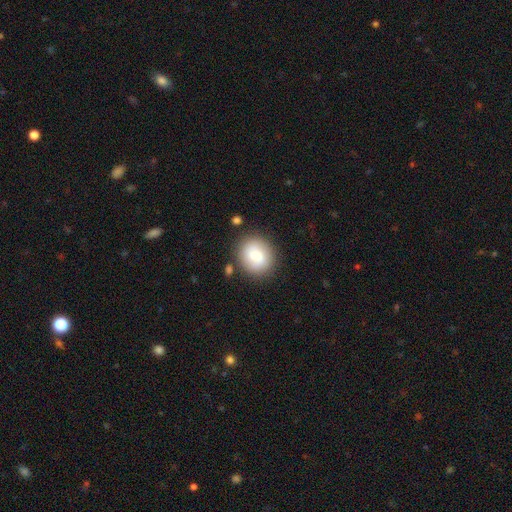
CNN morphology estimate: smooth_or_featured: smooth (p=0.73) [alt: featured or disk p=0.18]
how_rounded: round (p=0.82) [alt: in between p=0.17]
merging: none (p=0.84) [alt: minor disturbance p=0.09]